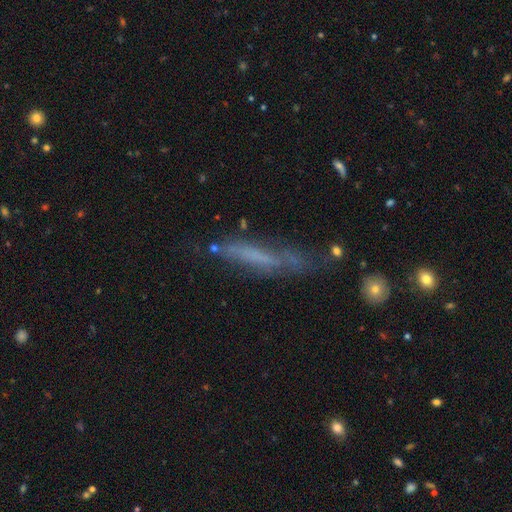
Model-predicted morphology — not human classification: The model was most divided on "smooth or featured": featured or disk: 44%, smooth: 43%, star or artifact: 13%. More confident: merging — none (51%).